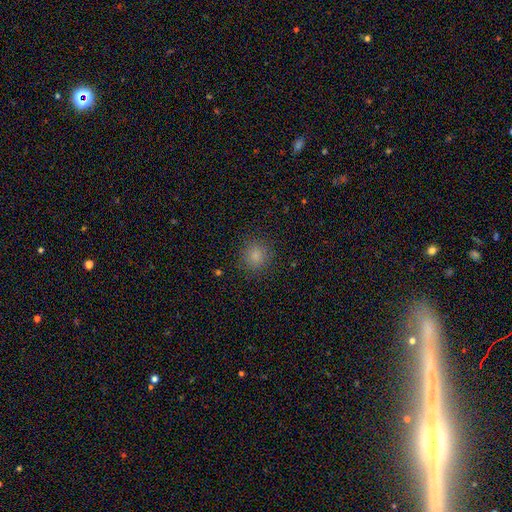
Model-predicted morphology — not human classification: Smooth or featured?
  - smooth: 83% *
  - star or artifact: 13%
  - featured or disk: 4%
How rounded?
  - round: 92% *
  - in between: 7%
  - cigar-shaped: 1%
Merging?
  - none: 89% *
  - minor disturbance: 7%
  - major disturbance: 3%
  - merger: 1%